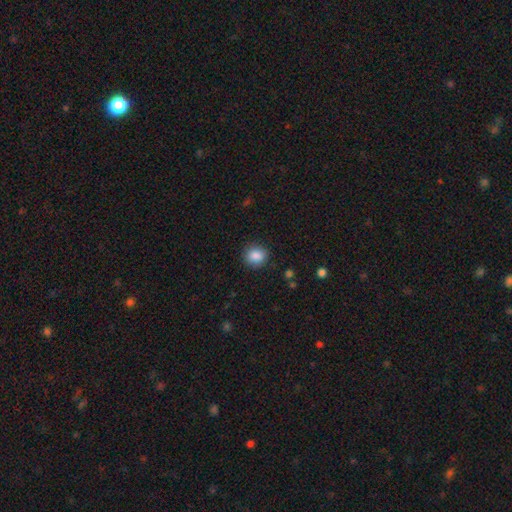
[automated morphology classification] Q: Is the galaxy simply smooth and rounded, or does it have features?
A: smooth — 87%.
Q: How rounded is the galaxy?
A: round — 79%.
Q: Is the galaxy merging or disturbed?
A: none — 88%.